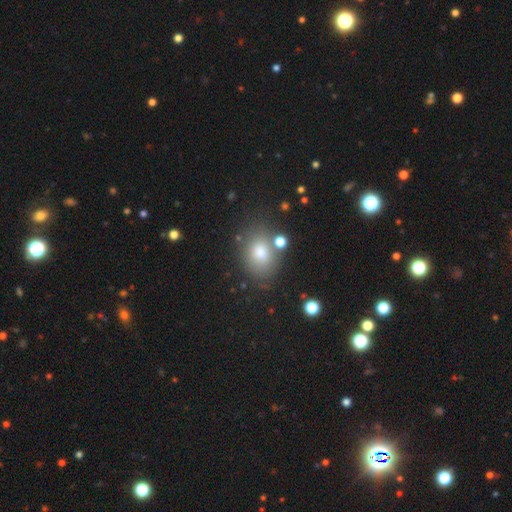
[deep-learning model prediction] The model was most divided on "how rounded": in between: 71%, round: 28%, cigar-shaped: 1%. More confident: smooth or featured — smooth (77%); merging — none (72%).